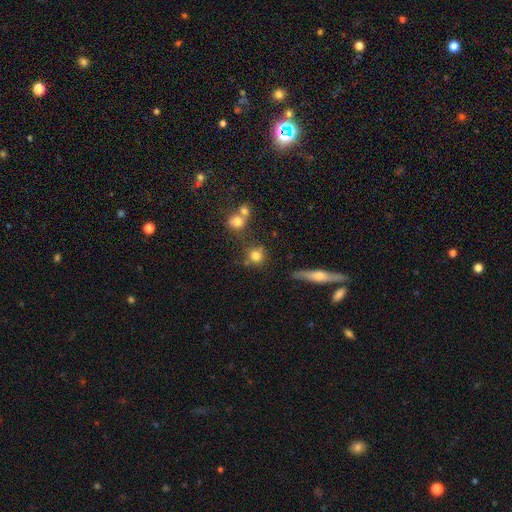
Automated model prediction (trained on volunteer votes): The model was most divided on "merging": none: 64%, merger: 18%, minor disturbance: 12%, major disturbance: 6%. More confident: how rounded — round (85%); smooth or featured — smooth (78%).